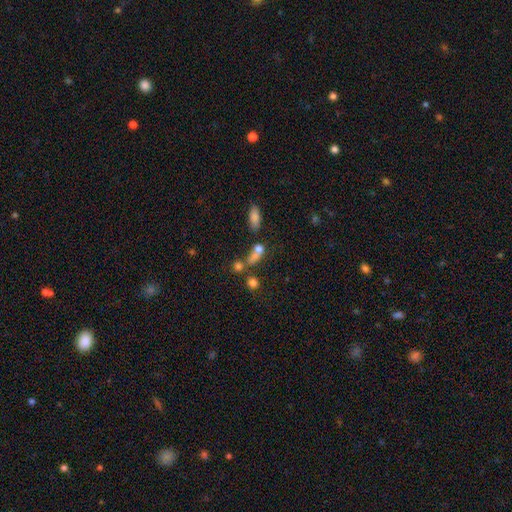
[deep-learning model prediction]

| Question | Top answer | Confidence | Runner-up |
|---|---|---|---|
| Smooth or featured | smooth | 48% | star or artifact (31%) |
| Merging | none | 45% | merger (37%) |